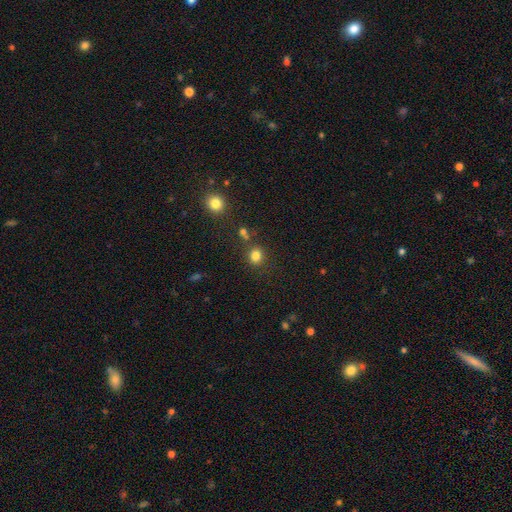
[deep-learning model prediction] Smooth or featured?
  - smooth: 81% *
  - star or artifact: 13%
  - featured or disk: 5%
How rounded?
  - round: 76% *
  - in between: 23%
  - cigar-shaped: 1%
Merging?
  - none: 79% *
  - minor disturbance: 10%
  - merger: 7%
  - major disturbance: 4%